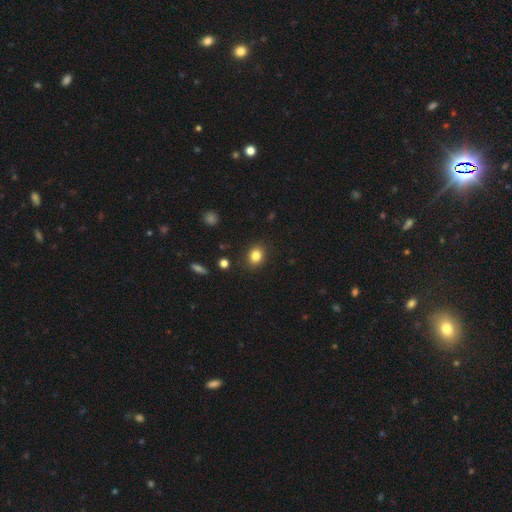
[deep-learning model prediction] Morphology: type=smooth (83%); roundness=round (51%); merging=none (88%).